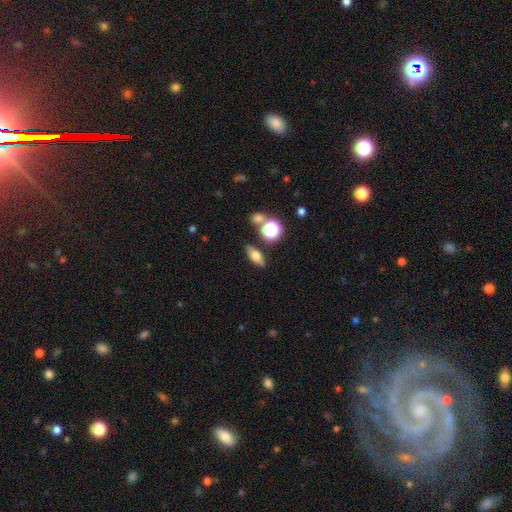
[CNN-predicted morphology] Smooth or featured? smooth (60%)
How rounded? in between (63%)
Merging? none (82%)